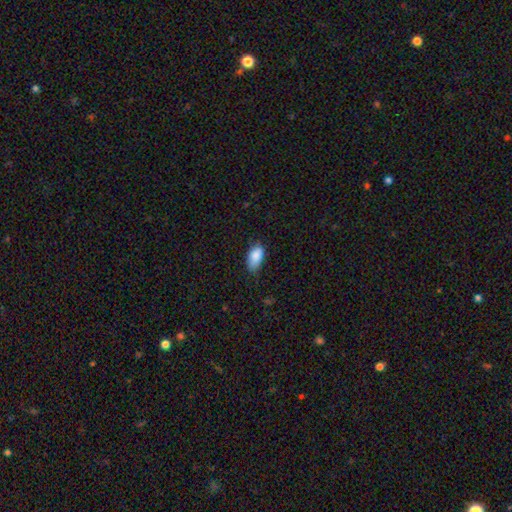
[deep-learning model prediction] smooth 86%, star or artifact 7%, featured or disk 6%. Down the decision tree: how rounded — in between (93%); merging — none (60%).